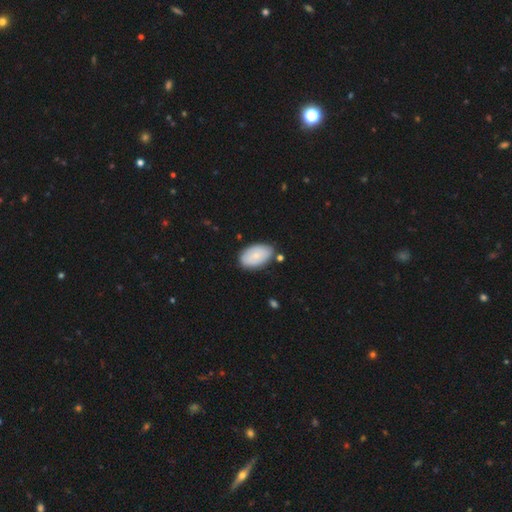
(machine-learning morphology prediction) smooth-or-featured: smooth: 69% | featured or disk: 25% | star or artifact: 6%
  how-rounded: in between: 94% | round: 5% | cigar-shaped: 1%
  merging: none: 79% | minor disturbance: 15% | merger: 3% | major disturbance: 3%